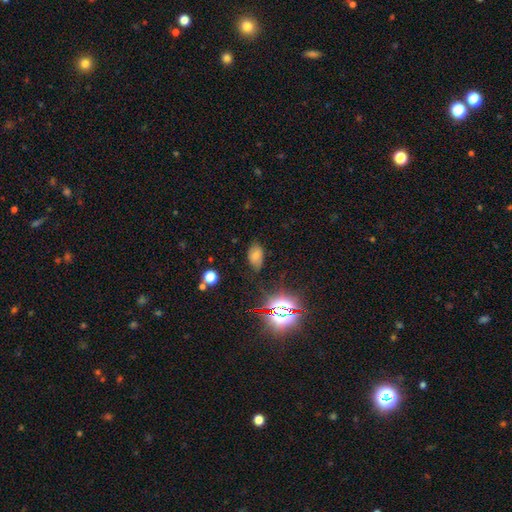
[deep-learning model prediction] Q: Smooth or featured?
A: smooth (65%); runner-up: star or artifact (22%)
Q: How rounded?
A: in between (89%); runner-up: round (9%)
Q: Merging?
A: none (71%); runner-up: minor disturbance (22%)